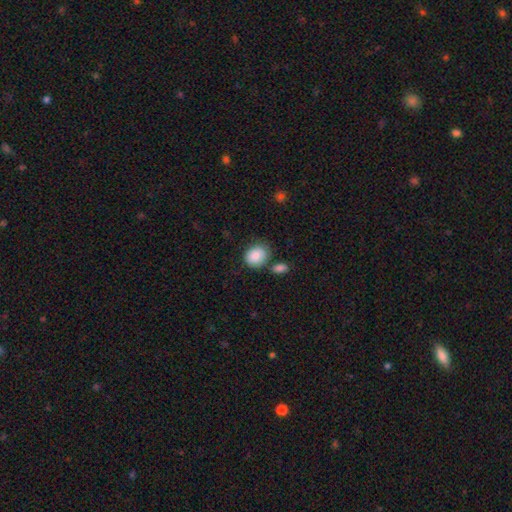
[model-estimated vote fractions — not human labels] smooth-or-featured: smooth: 87% | star or artifact: 7% | featured or disk: 6%
  how-rounded: round: 50% | in between: 49% | cigar-shaped: 1%
  merging: none: 61% | minor disturbance: 20% | merger: 13% | major disturbance: 6%